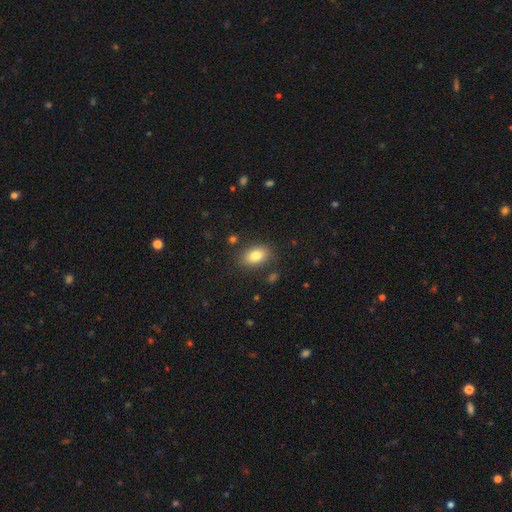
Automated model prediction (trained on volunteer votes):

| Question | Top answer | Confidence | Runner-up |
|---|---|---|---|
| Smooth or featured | smooth | 82% | featured or disk (10%) |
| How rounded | in between | 86% | round (12%) |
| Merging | none | 83% | minor disturbance (11%) |